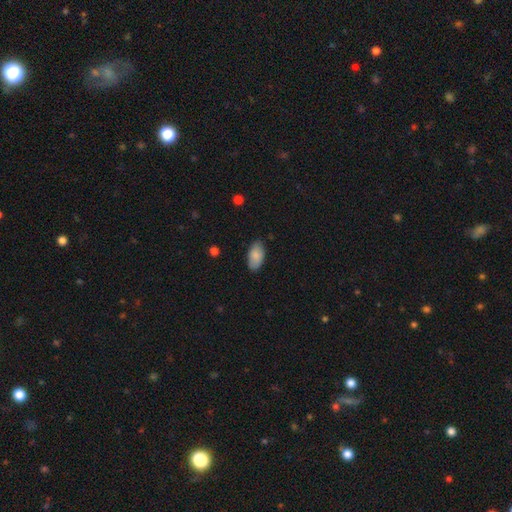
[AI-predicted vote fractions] Smooth or featured? Predicted: smooth (p=0.85). How rounded? Predicted: in between (p=0.95). Merging? Predicted: none (p=0.81).